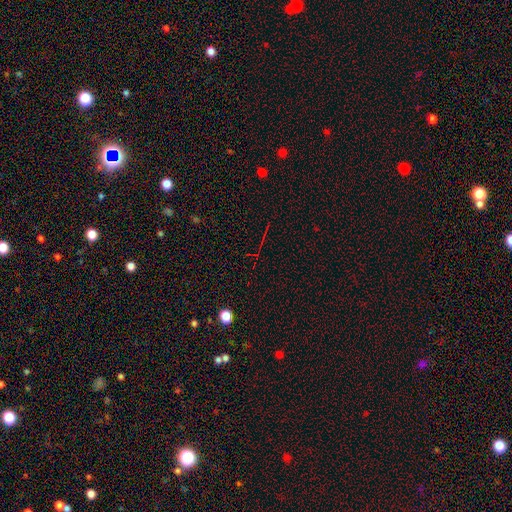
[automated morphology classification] Q: Smooth or featured?
A: star or artifact (71%); runner-up: smooth (15%)